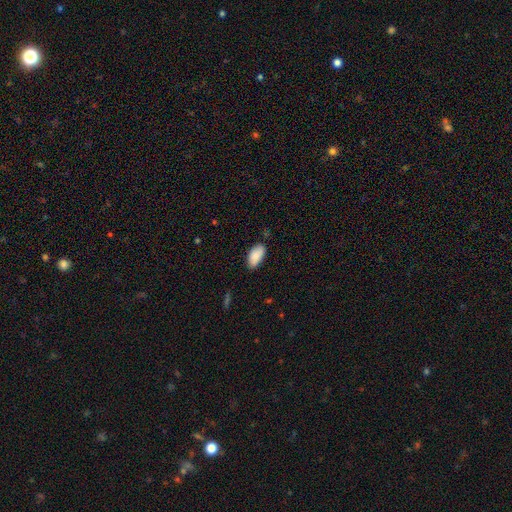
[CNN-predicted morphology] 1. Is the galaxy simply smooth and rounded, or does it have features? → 87% smooth, 7% star or artifact, 6% featured or disk.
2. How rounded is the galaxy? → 94% in between, 3% cigar-shaped, 2% round.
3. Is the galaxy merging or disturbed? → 77% none, 19% minor disturbance, 3% major disturbance, 2% merger.